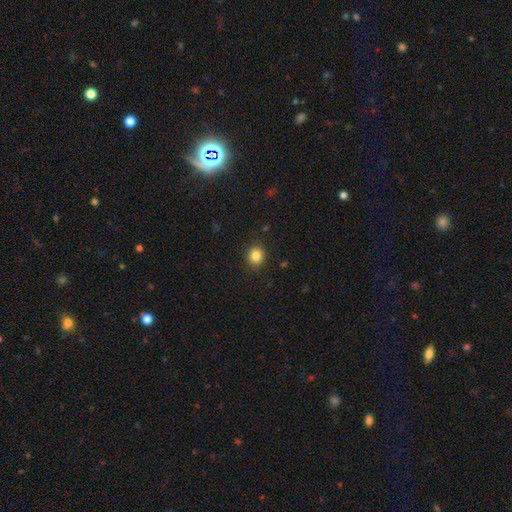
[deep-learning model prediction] smooth 84%, star or artifact 11%, featured or disk 5%. Down the decision tree: how rounded — round (77%); merging — none (90%).